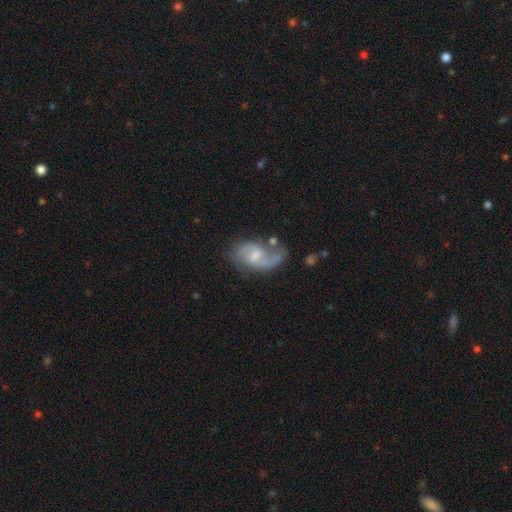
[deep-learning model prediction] A featured or disk galaxy (81%) with a weak bar (58%), 2 (79%) medium (45%) spiral arms (94%) and a small central bulge (45%).

Vote fractions:
- Smooth or featured? featured or disk: 81% / smooth: 13% / star or artifact: 6%
- Edge-on disk? no: 97% / yes: 3%
- Bar? weak: 58% / no: 32% / strong: 11%
- Spiral arms? yes: 94% / no: 6%
- Spiral winding? medium: 45% / loose: 44% / tight: 12%
- Spiral arm count? 2: 79% / 1: 12% / can't tell: 6% / 3: 1% / 4: 1% / more than 4: 1%
- Bulge size? small: 45% / moderate: 36% / none: 15% / large: 3% / dominant: 1%
- Merging? none: 57% / minor disturbance: 22% / major disturbance: 14% / merger: 7%